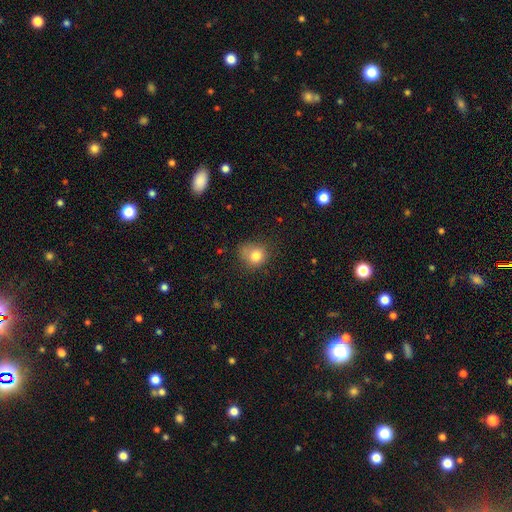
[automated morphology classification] Smooth or featured? Predicted: smooth (p=0.80). How rounded? Predicted: round (p=0.73). Merging? Predicted: none (p=0.57).